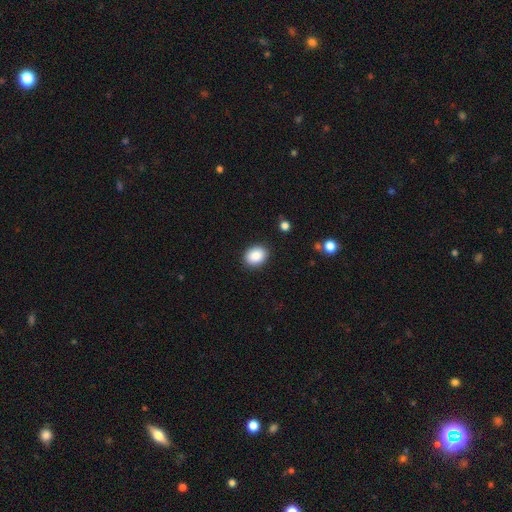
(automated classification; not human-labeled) Smooth or featured?
  - smooth: 88% *
  - star or artifact: 8%
  - featured or disk: 4%
How rounded?
  - in between: 56% *
  - round: 43%
  - cigar-shaped: 1%
Merging?
  - none: 89% *
  - minor disturbance: 7%
  - major disturbance: 2%
  - merger: 1%